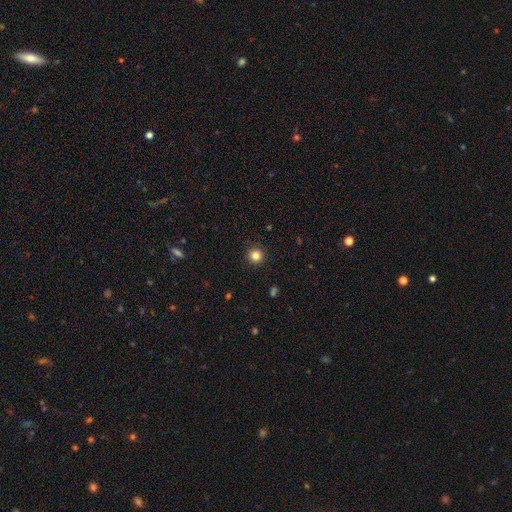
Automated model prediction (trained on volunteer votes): This appears to be a smooth galaxy with no disk features (83%) that is round (96%). Merging: none (92%).